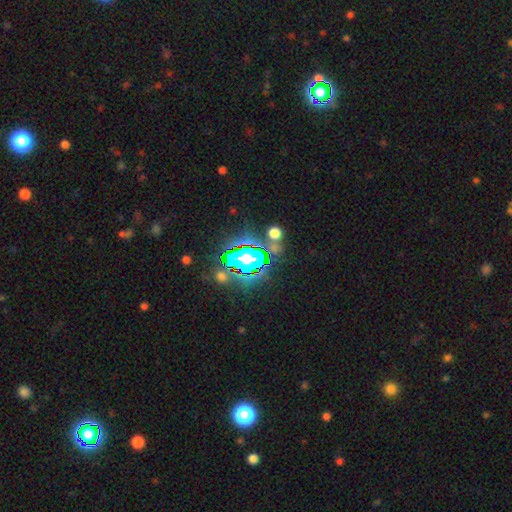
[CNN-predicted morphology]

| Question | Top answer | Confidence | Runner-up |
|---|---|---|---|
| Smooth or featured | star or artifact | 79% | smooth (13%) |